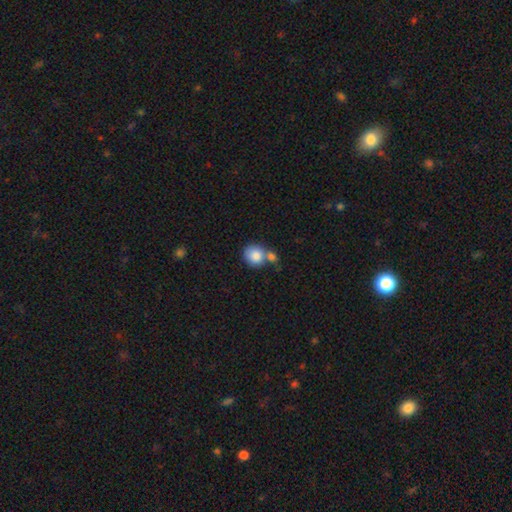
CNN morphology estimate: smooth_or_featured: smooth (p=0.85) [alt: featured or disk p=0.08]
how_rounded: round (p=0.77) [alt: in between p=0.22]
merging: merger (p=0.44) [alt: none p=0.40]